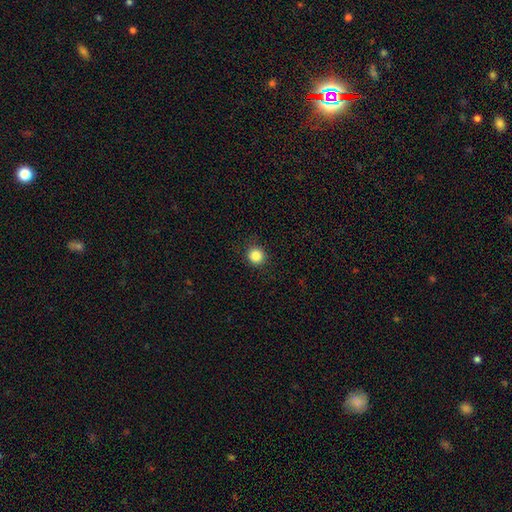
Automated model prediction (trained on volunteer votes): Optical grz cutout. It shows a smooth galaxy with no disk features (86%) that is round (93%). Merging: none (91%).